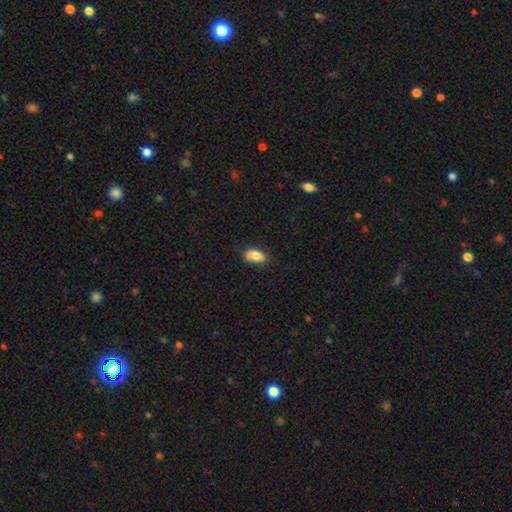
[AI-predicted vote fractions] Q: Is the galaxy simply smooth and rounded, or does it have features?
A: smooth — 83%.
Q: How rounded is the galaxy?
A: in between — 92%.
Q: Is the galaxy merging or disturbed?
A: none — 80%.